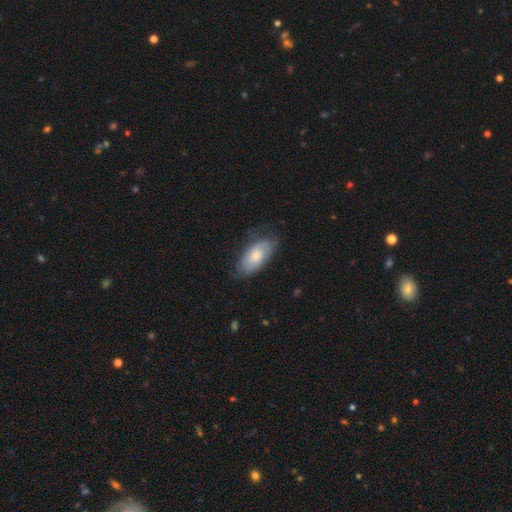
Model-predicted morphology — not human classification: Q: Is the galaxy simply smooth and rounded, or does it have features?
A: smooth — 52%.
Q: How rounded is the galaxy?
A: in between — 88%.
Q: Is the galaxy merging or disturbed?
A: none — 64%.